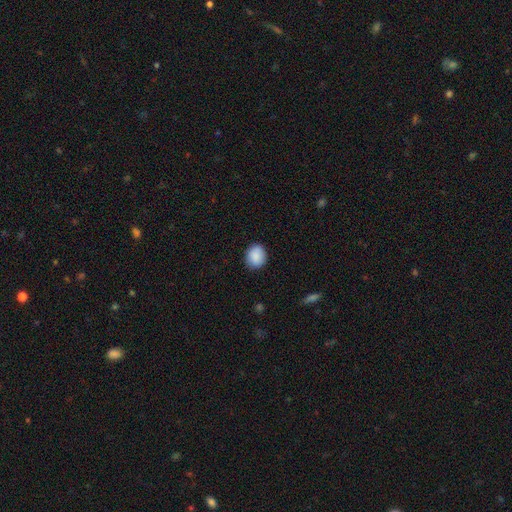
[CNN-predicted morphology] Smooth or featured: smooth — 89% (star or artifact — 7%)
How rounded: round — 64% (in between — 35%)
Merging: none — 86% (minor disturbance — 11%)